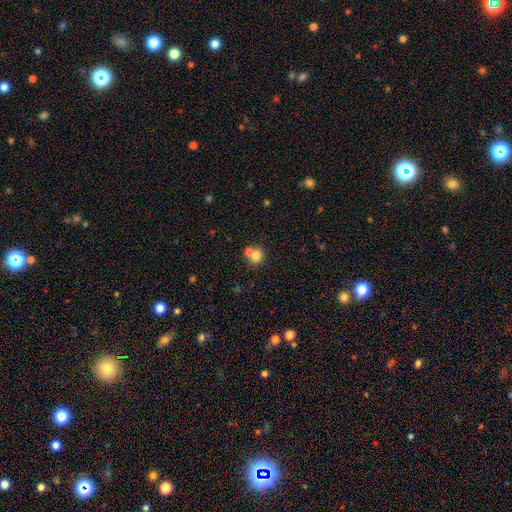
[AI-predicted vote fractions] This is likely a smooth galaxy (76%). How rounded: likely round (74%). Merging: possibly merger (46%).